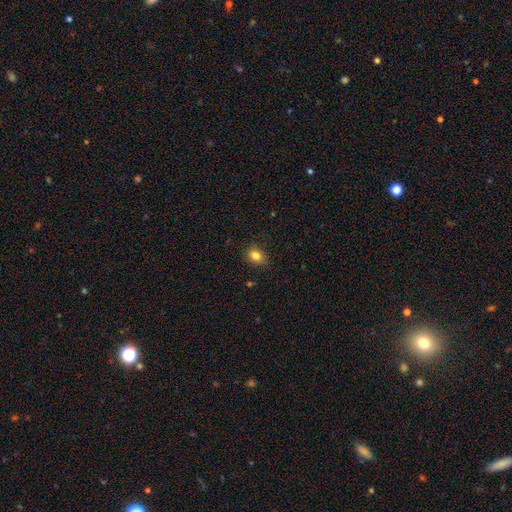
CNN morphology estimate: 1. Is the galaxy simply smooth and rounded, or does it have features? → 83% smooth, 11% star or artifact, 6% featured or disk.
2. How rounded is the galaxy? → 51% in between, 48% round, 1% cigar-shaped.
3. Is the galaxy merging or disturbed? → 85% none, 11% minor disturbance, 2% major disturbance, 1% merger.